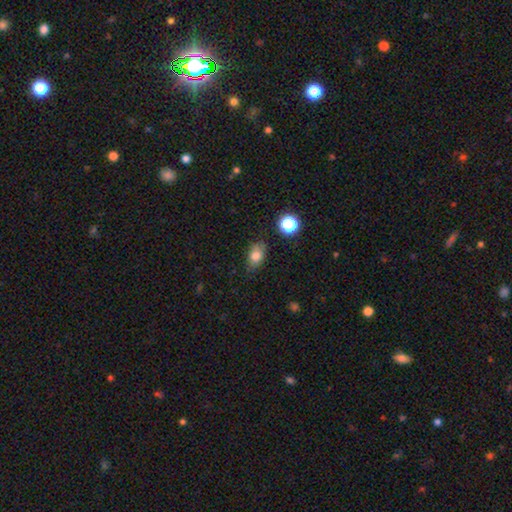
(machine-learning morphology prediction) Smooth or featured?
  - smooth: 79% *
  - star or artifact: 11%
  - featured or disk: 10%
How rounded?
  - in between: 80% *
  - round: 18%
  - cigar-shaped: 2%
Merging?
  - none: 79% *
  - minor disturbance: 16%
  - major disturbance: 3%
  - merger: 2%